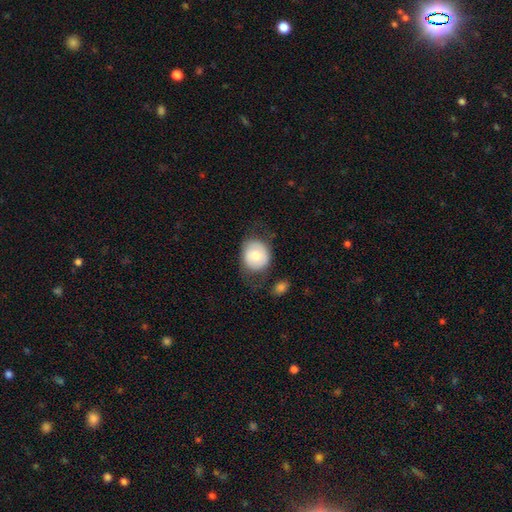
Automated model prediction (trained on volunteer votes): smooth 71%, featured or disk 22%, star or artifact 7%. Down the decision tree: how rounded — round (72%); merging — none (64%).